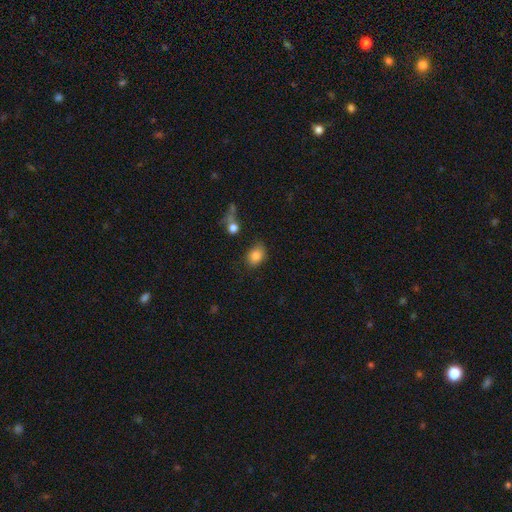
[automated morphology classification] smooth_or_featured: smooth (p=0.85) [alt: star or artifact p=0.09]
how_rounded: in between (p=0.71) [alt: round p=0.28]
merging: none (p=0.75) [alt: minor disturbance p=0.16]